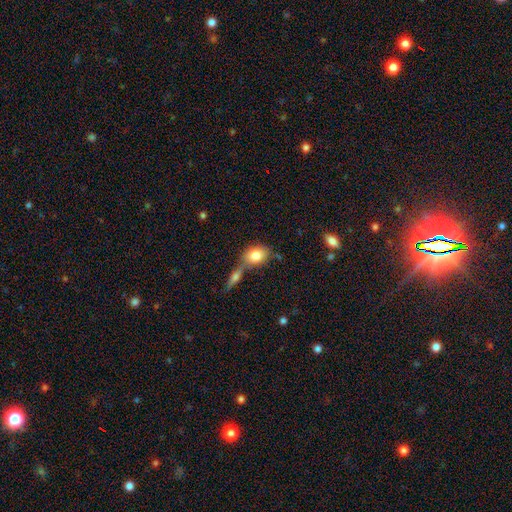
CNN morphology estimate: Q: Smooth or featured?
A: smooth (80%); runner-up: featured or disk (13%)
Q: How rounded?
A: in between (70%); runner-up: round (27%)
Q: Merging?
A: none (49%); runner-up: merger (35%)